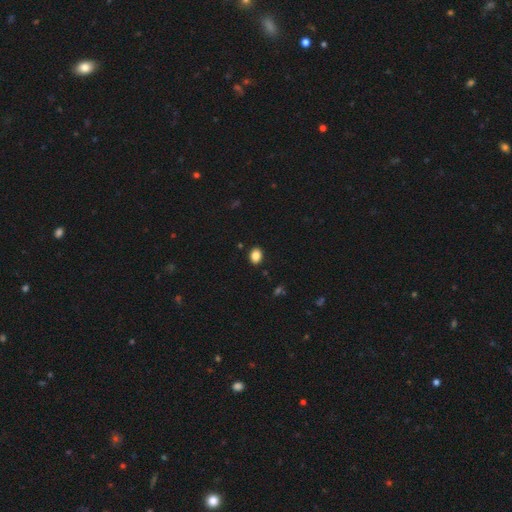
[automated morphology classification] Smooth or featured?
  - smooth: 86% *
  - star or artifact: 10%
  - featured or disk: 4%
How rounded?
  - in between: 61% *
  - round: 39%
  - cigar-shaped: 1%
Merging?
  - none: 90% *
  - minor disturbance: 7%
  - major disturbance: 2%
  - merger: 1%